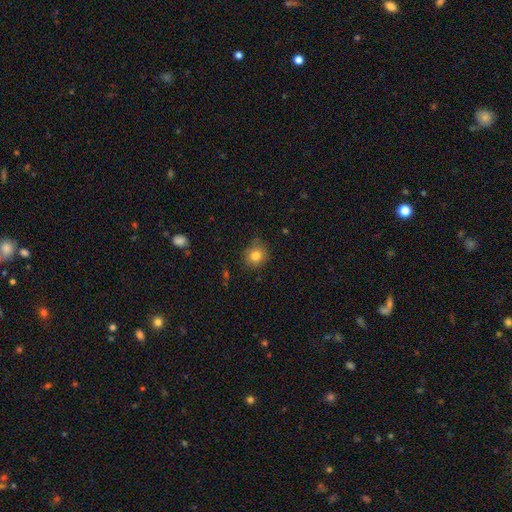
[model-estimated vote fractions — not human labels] smooth_or_featured: smooth (p=0.82) [alt: star or artifact p=0.11]
how_rounded: round (p=0.77) [alt: in between p=0.22]
merging: none (p=0.77) [alt: minor disturbance p=0.18]